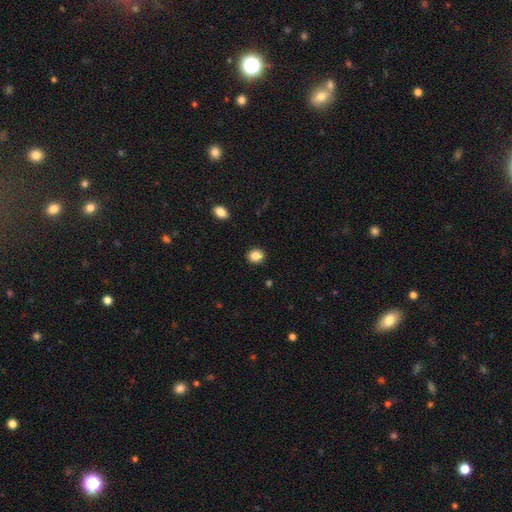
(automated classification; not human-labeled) A smooth galaxy with no disk features (87%) that is round (72%).

Vote fractions:
- Smooth or featured? smooth: 87% / star or artifact: 10% / featured or disk: 4%
- How rounded? round: 72% / in between: 27% / cigar-shaped: 1%
- Merging? none: 90% / minor disturbance: 7% / major disturbance: 2% / merger: 1%